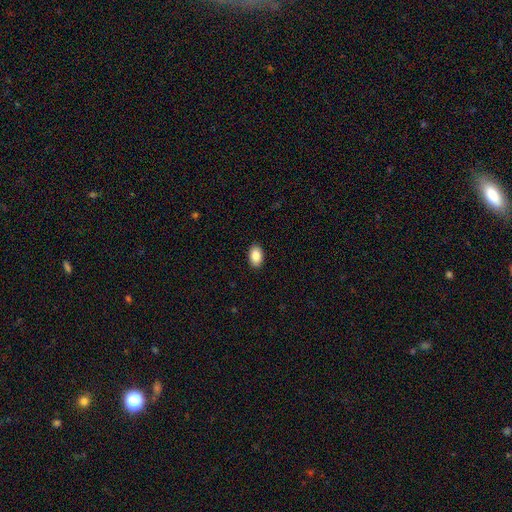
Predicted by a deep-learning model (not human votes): Smooth or featured? smooth (88%)
How rounded? in between (92%)
Merging? none (90%)